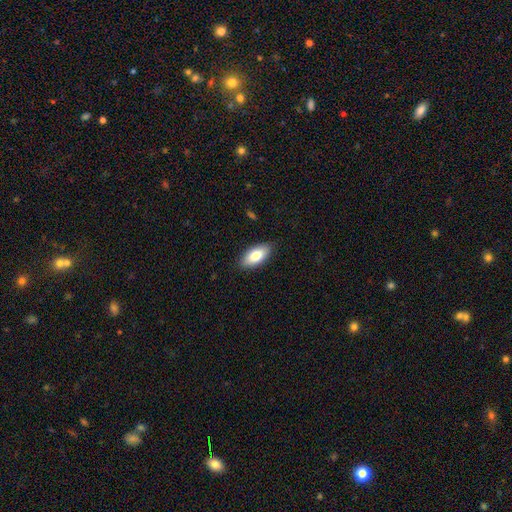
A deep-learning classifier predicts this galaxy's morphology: Q: Smooth or featured?
A: smooth (81%); runner-up: featured or disk (13%)
Q: How rounded?
A: in between (89%); runner-up: cigar-shaped (9%)
Q: Merging?
A: none (87%); runner-up: minor disturbance (10%)